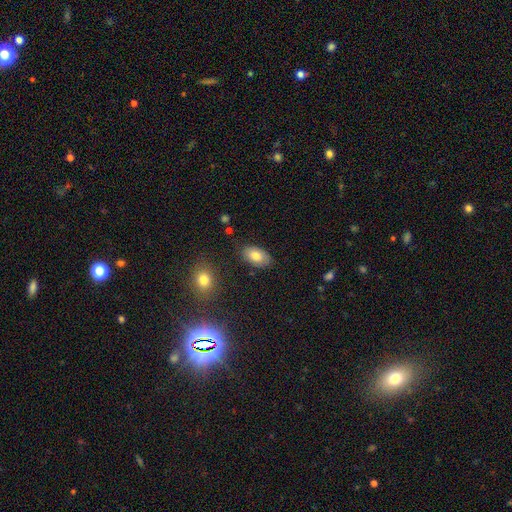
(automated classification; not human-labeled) Smooth or featured: smooth — 80% (featured or disk — 13%)
How rounded: in between — 93% (round — 5%)
Merging: none — 82% (minor disturbance — 13%)